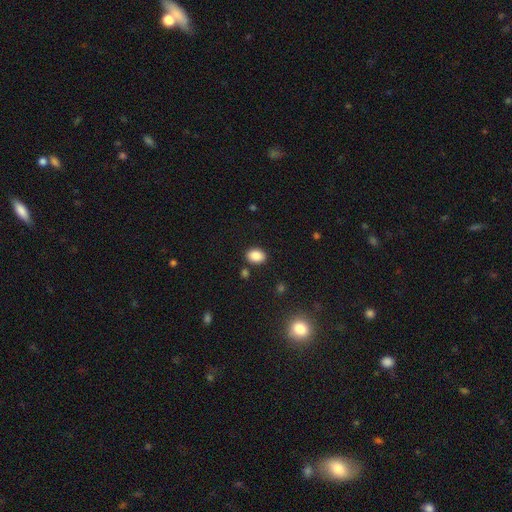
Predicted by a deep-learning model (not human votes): This appears to be a smooth galaxy with no disk features (87%) that is in between round and cigar-shaped (69%). Merging: none (84%).